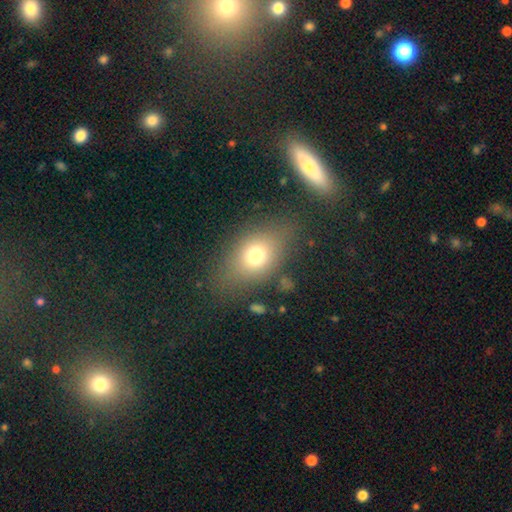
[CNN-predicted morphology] This is likely a smooth galaxy (70%). How rounded: likely in between (65%). Merging: likely none (71%).